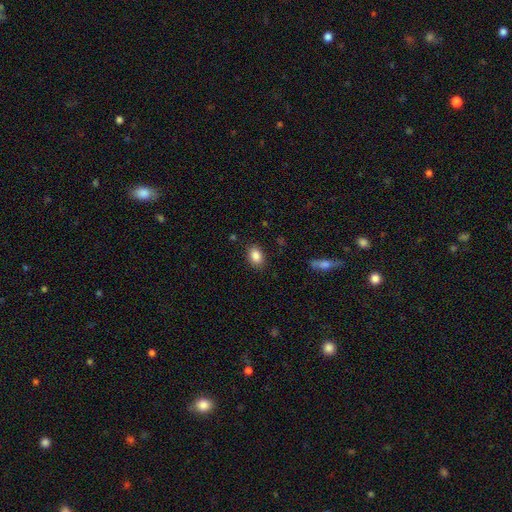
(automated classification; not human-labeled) smooth 87%, star or artifact 8%, featured or disk 5%. Down the decision tree: how rounded — in between (78%); merging — none (85%).